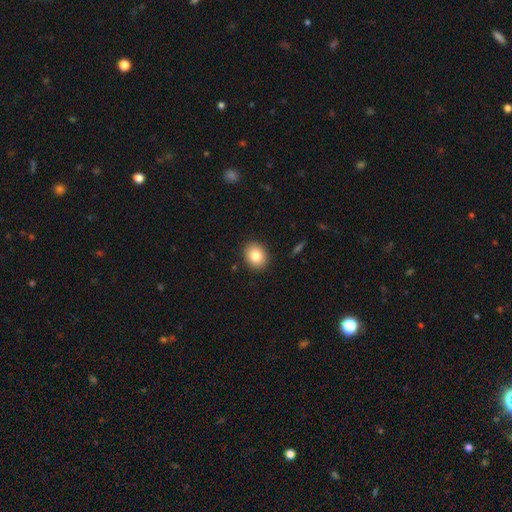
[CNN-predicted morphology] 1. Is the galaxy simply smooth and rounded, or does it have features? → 82% smooth, 9% featured or disk, 9% star or artifact.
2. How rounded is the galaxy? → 59% round, 40% in between, 1% cigar-shaped.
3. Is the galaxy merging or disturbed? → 90% none, 7% minor disturbance, 2% major disturbance, 1% merger.